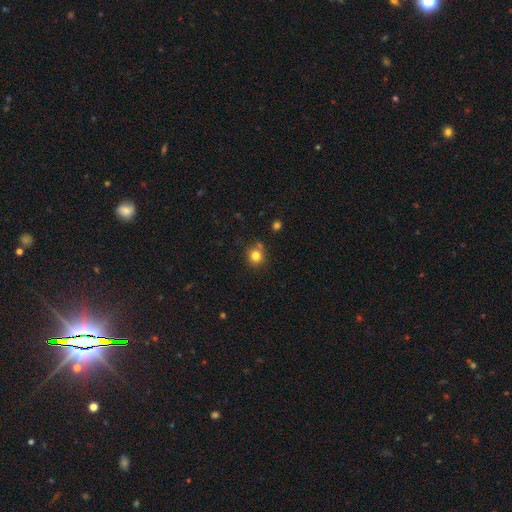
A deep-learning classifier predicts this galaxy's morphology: Q: Smooth or featured?
A: smooth (81%); runner-up: star or artifact (13%)
Q: How rounded?
A: round (89%); runner-up: in between (10%)
Q: Merging?
A: none (74%); runner-up: minor disturbance (12%)